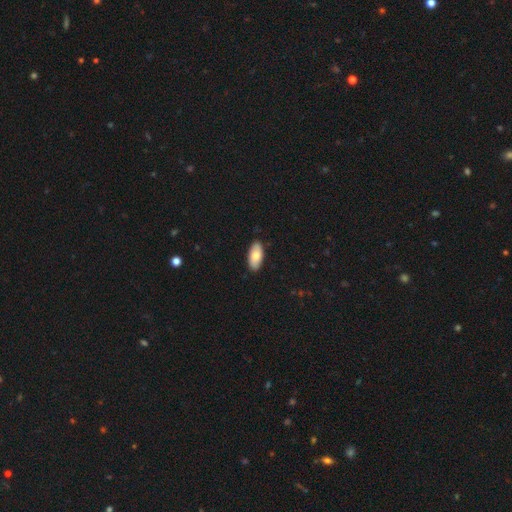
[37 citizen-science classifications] This is clearly a smooth galaxy (81%). How rounded: clearly in between (90%). Merging: clearly none (97%).